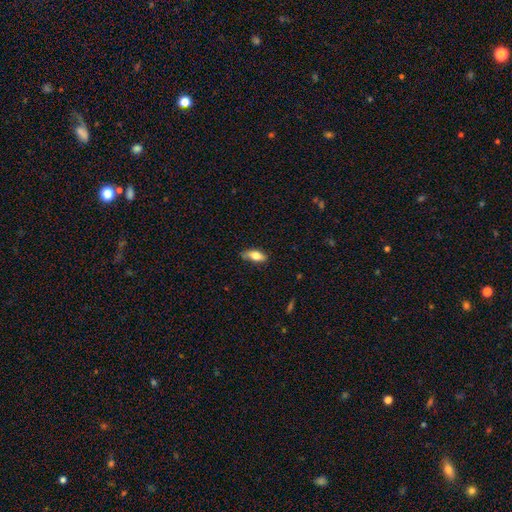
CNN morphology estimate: Smooth or featured?
  - smooth: 73% *
  - featured or disk: 20%
  - star or artifact: 7%
How rounded?
  - in between: 79% *
  - cigar-shaped: 18%
  - round: 3%
Merging?
  - none: 74% *
  - minor disturbance: 21%
  - major disturbance: 4%
  - merger: 2%